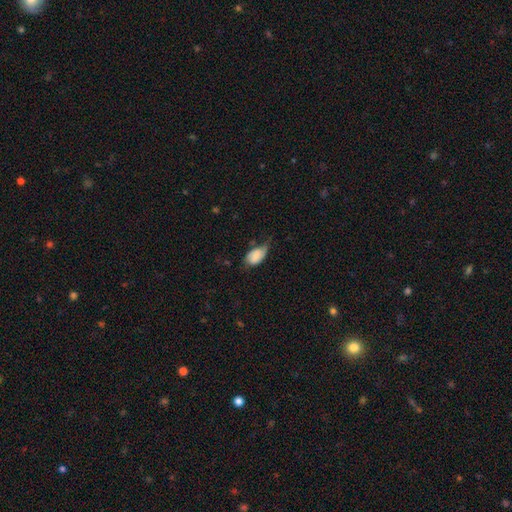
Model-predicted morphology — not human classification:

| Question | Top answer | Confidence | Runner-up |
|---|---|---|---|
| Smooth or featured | smooth | 77% | featured or disk (15%) |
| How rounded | in between | 91% | round (7%) |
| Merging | minor disturbance | 43% | none (32%) |